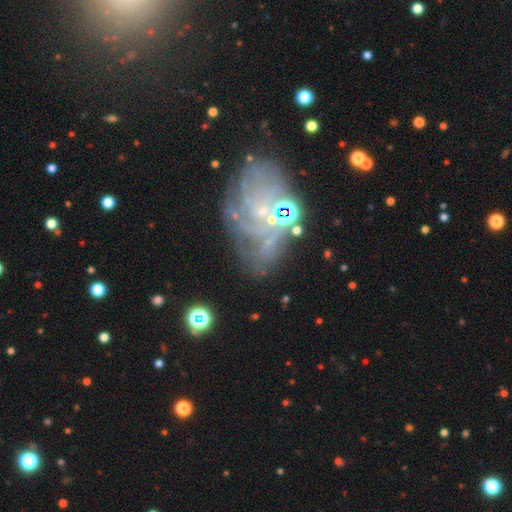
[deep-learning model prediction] smooth-or-featured: featured or disk: 64% | star or artifact: 22% | smooth: 14%
  disk-edge-on: no: 95% | yes: 5%
    bar: no: 63% | weak: 27% | strong: 11%
    has-spiral-arms: yes: 80% | no: 20%
    bulge-size: small: 72% | moderate: 13% | none: 11% | large: 2% | dominant: 2%
  merging: none: 57% | minor disturbance: 18% | major disturbance: 17% | merger: 8%